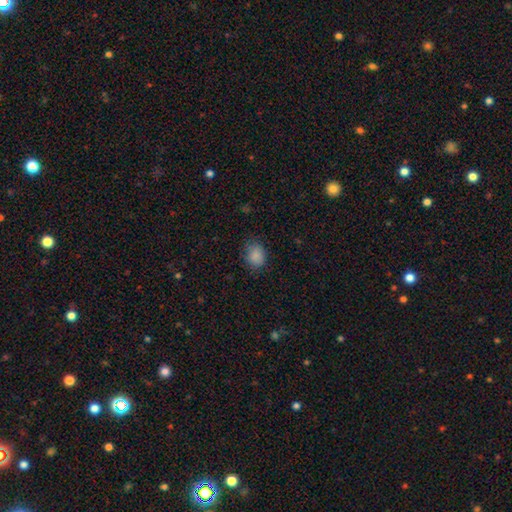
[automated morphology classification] This appears to be a smooth galaxy with no disk features (86%) that is in between round and cigar-shaped (59%). Merging: none (75%).